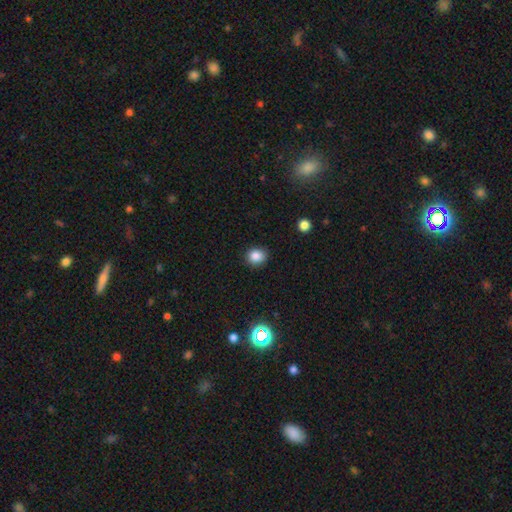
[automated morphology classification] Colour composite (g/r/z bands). It shows a smooth galaxy with no disk features (84%) that is round (74%). Merging: none (88%).